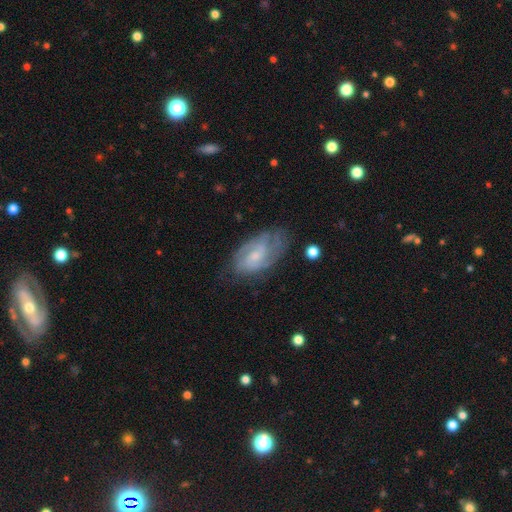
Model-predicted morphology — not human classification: A featured or disk galaxy (69%) with no bar (51%), 2 (46%) tight (43%) spiral arms (85%) and a small central bulge (56%).

Vote fractions:
- Smooth or featured? featured or disk: 69% / smooth: 25% / star or artifact: 7%
- Edge-on disk? no: 95% / yes: 5%
- Bar? no: 51% / weak: 41% / strong: 7%
- Spiral arms? yes: 85% / no: 15%
- Spiral winding? tight: 43% / medium: 42% / loose: 15%
- Spiral arm count? 2: 46% / can't tell: 33% / 3: 10% / 1: 6% / 4: 3% / more than 4: 2%
- Bulge size? small: 56% / moderate: 30% / none: 11% / large: 2% / dominant: 1%
- Merging? none: 61% / minor disturbance: 25% / major disturbance: 11% / merger: 2%